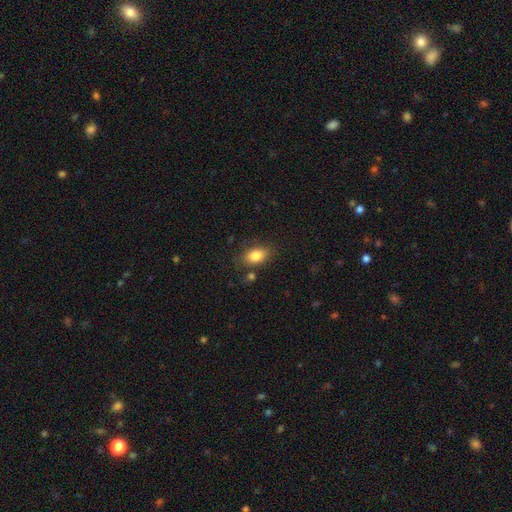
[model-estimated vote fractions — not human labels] A smooth galaxy with no disk features (83%) that is in between round and cigar-shaped (86%).

Vote fractions:
- Smooth or featured? smooth: 83% / featured or disk: 9% / star or artifact: 8%
- How rounded? in between: 86% / round: 11% / cigar-shaped: 3%
- Merging? none: 77% / minor disturbance: 14% / merger: 5% / major disturbance: 4%